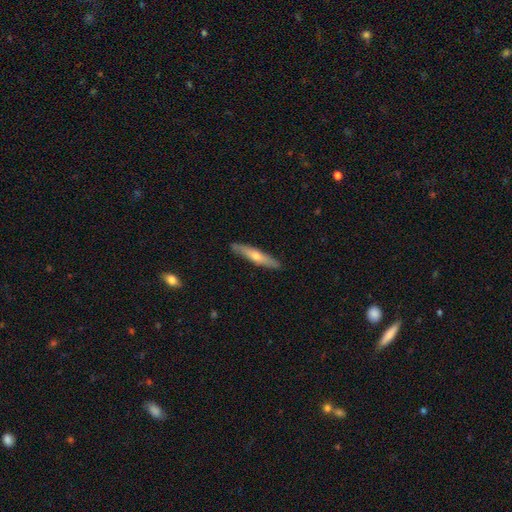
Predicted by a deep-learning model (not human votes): A featured or disk galaxy (49%).

Vote fractions:
- Smooth or featured? featured or disk: 49% / smooth: 46% / star or artifact: 6%
- Merging? none: 88% / minor disturbance: 9% / major disturbance: 2% / merger: 1%